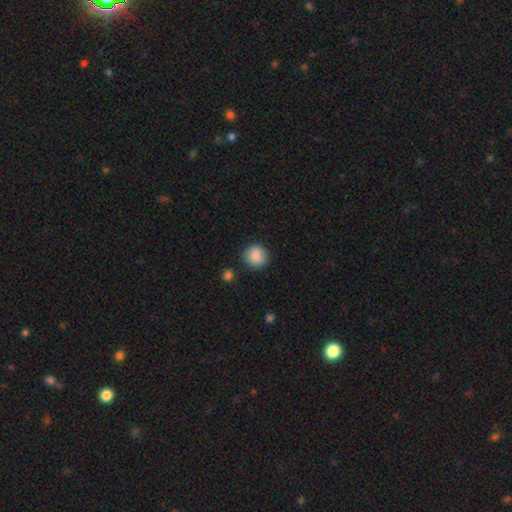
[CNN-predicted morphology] smooth_or_featured: smooth (p=0.88) [alt: star or artifact p=0.08]
how_rounded: round (p=0.91) [alt: in between p=0.09]
merging: none (p=0.87) [alt: minor disturbance p=0.08]